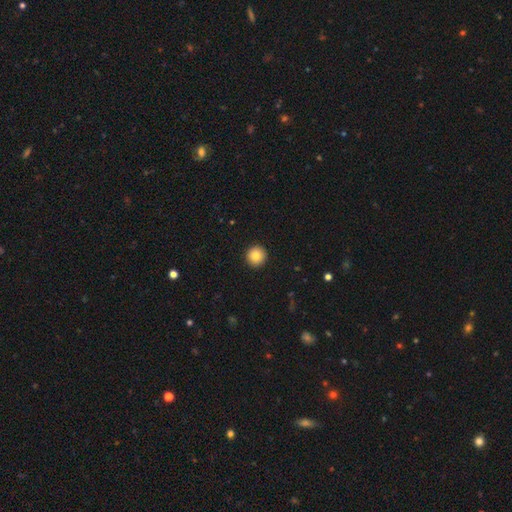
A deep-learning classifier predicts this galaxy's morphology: Smooth or featured: smooth — 84% (star or artifact — 9%)
How rounded: round — 96% (in between — 3%)
Merging: none — 93% (minor disturbance — 4%)